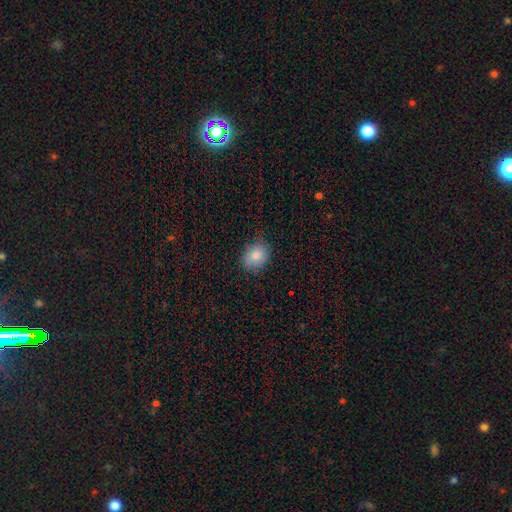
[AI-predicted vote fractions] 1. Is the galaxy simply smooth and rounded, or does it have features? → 84% smooth, 9% star or artifact, 8% featured or disk.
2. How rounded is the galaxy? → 52% in between, 47% round, 1% cigar-shaped.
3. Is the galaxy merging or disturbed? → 77% none, 18% minor disturbance, 4% major disturbance, 1% merger.